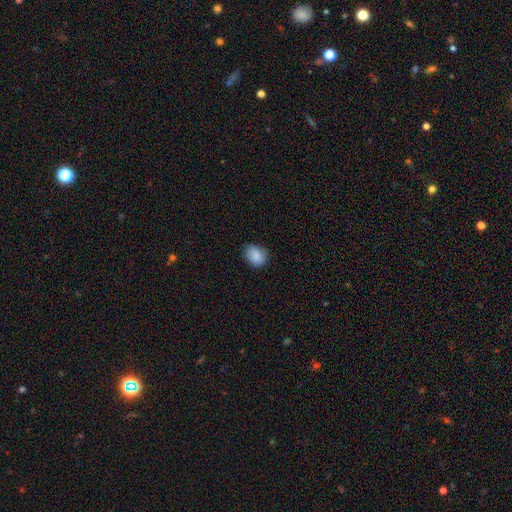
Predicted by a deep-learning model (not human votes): Smooth or featured?
  - smooth: 88% *
  - star or artifact: 8%
  - featured or disk: 4%
How rounded?
  - in between: 52% *
  - round: 47%
  - cigar-shaped: 1%
Merging?
  - none: 81% *
  - minor disturbance: 15%
  - major disturbance: 3%
  - merger: 1%